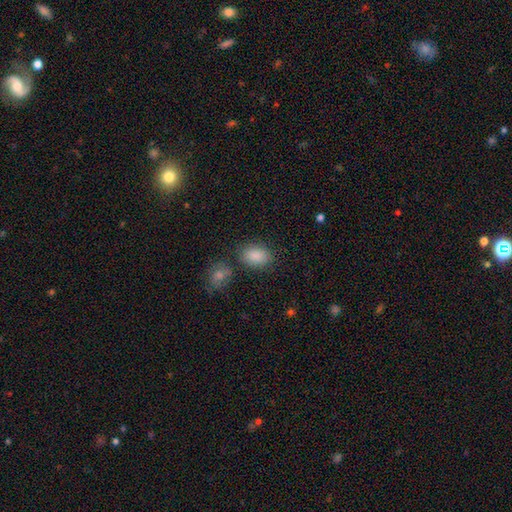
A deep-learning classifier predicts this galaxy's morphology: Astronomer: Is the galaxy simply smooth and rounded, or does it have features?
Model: smooth — 88%.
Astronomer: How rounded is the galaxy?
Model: in between — 81%.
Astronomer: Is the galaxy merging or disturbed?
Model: none — 76%.